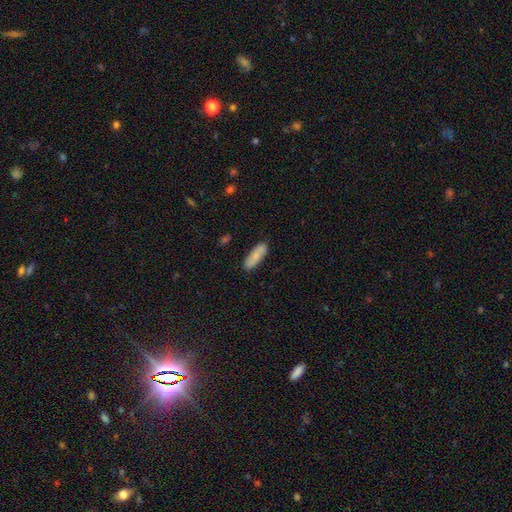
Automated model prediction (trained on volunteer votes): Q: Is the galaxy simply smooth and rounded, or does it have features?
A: smooth — 78%.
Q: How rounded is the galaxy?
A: in between — 55%.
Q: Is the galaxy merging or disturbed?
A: none — 85%.